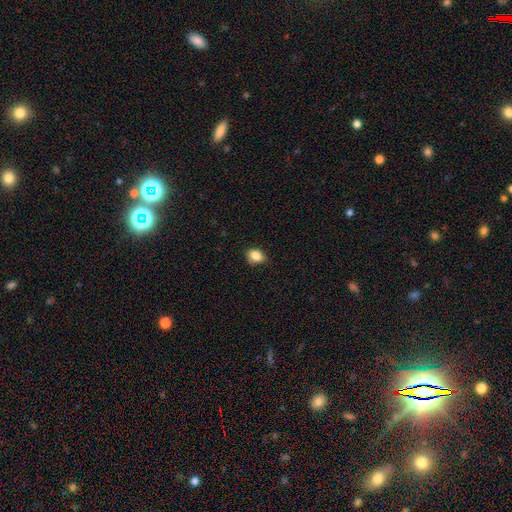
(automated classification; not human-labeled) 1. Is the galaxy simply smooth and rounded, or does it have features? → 85% smooth, 9% star or artifact, 5% featured or disk.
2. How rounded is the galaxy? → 68% in between, 31% round, 1% cigar-shaped.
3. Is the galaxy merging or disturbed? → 80% none, 16% minor disturbance, 3% major disturbance, 1% merger.